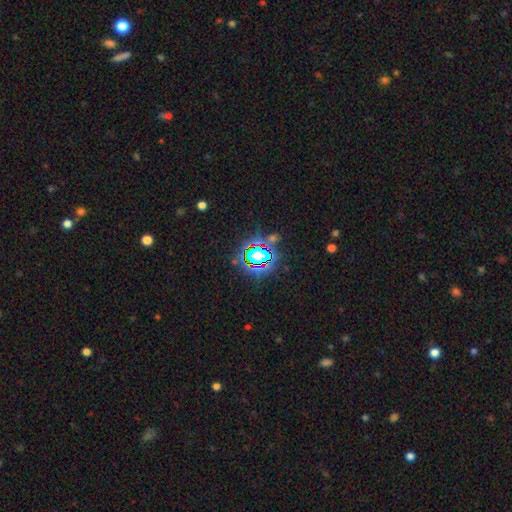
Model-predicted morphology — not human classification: smooth_or_featured: star or artifact (p=0.77) [alt: smooth p=0.15]